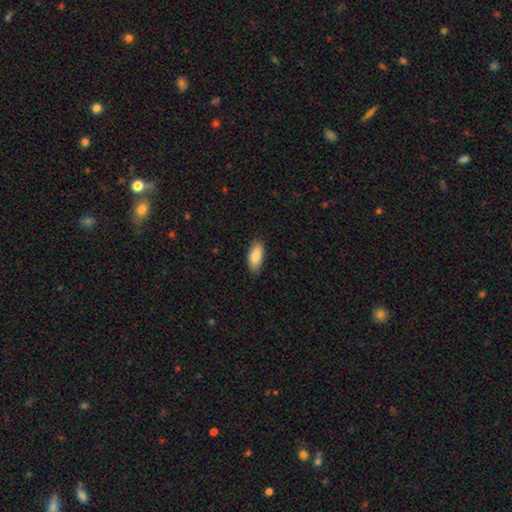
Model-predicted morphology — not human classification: Q: Smooth or featured?
A: smooth (86%); runner-up: featured or disk (8%)
Q: How rounded?
A: in between (90%); runner-up: cigar-shaped (8%)
Q: Merging?
A: none (87%); runner-up: minor disturbance (10%)